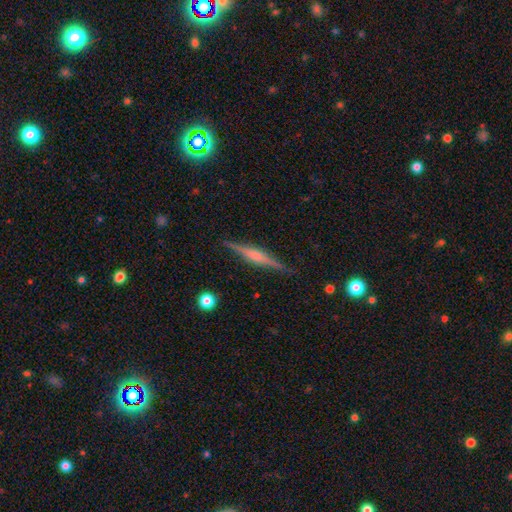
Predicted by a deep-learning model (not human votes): smooth_or_featured: featured or disk (p=0.76) [alt: smooth p=0.18]
disk_edge_on: yes (p=0.98) [alt: no p=0.02]
edge_on_bulge: rounded (p=0.67) [alt: boxy p=0.23]
merging: none (p=0.90) [alt: minor disturbance p=0.07]